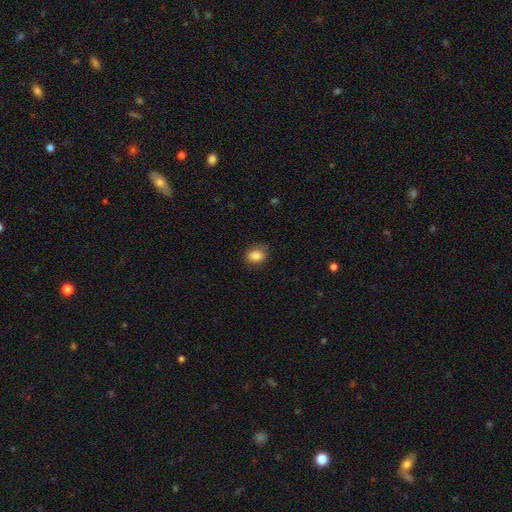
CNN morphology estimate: Smooth or featured: smooth — 85% (star or artifact — 9%)
How rounded: in between — 61% (round — 38%)
Merging: none — 79% (minor disturbance — 16%)